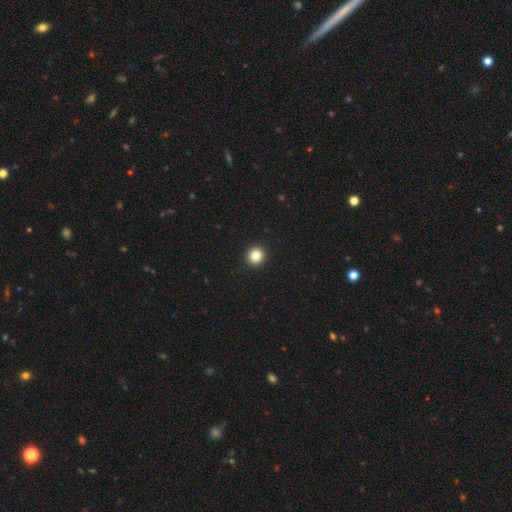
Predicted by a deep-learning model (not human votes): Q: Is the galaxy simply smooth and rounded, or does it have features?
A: smooth — 85%.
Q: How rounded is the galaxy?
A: round — 93%.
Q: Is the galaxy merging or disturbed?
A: none — 94%.